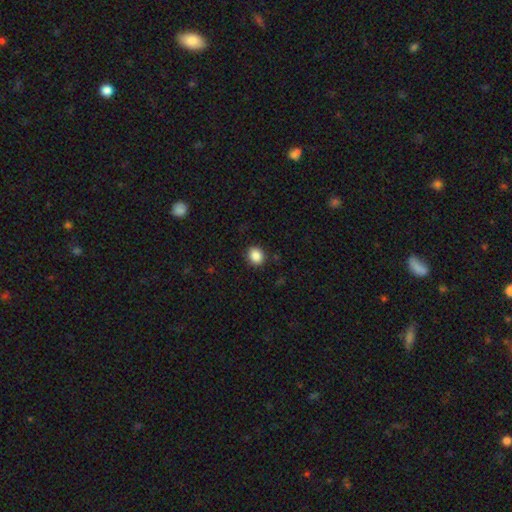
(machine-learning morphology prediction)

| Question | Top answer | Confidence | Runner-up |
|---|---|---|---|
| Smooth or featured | smooth | 87% | star or artifact (9%) |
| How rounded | round | 74% | in between (25%) |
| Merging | none | 89% | minor disturbance (7%) |